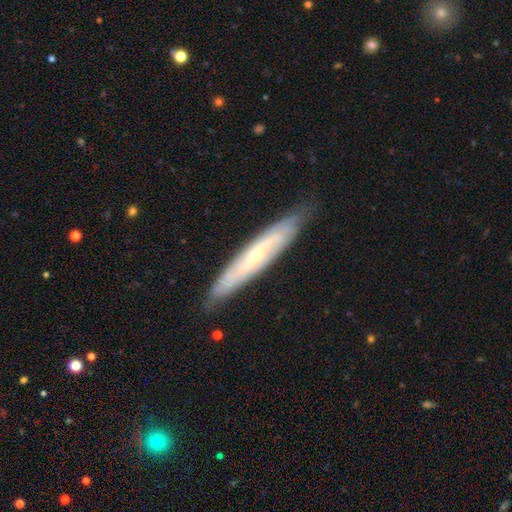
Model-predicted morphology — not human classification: A featured or disk galaxy (69%) viewed edge-on (57%). Merging: none (83%).